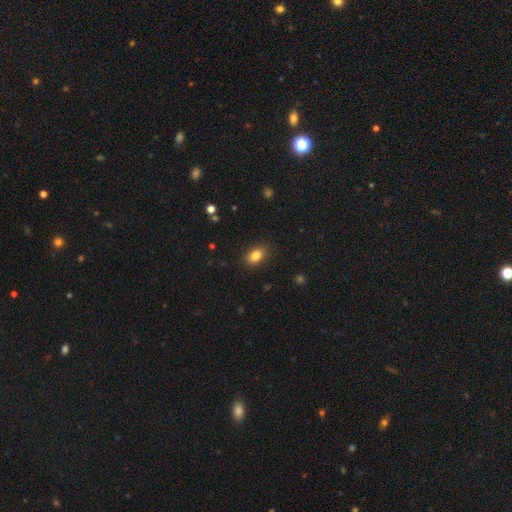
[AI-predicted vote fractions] smooth-or-featured: smooth: 83% | star or artifact: 9% | featured or disk: 7%
  how-rounded: in between: 81% | round: 18% | cigar-shaped: 2%
  merging: none: 87% | minor disturbance: 9% | major disturbance: 2% | merger: 1%